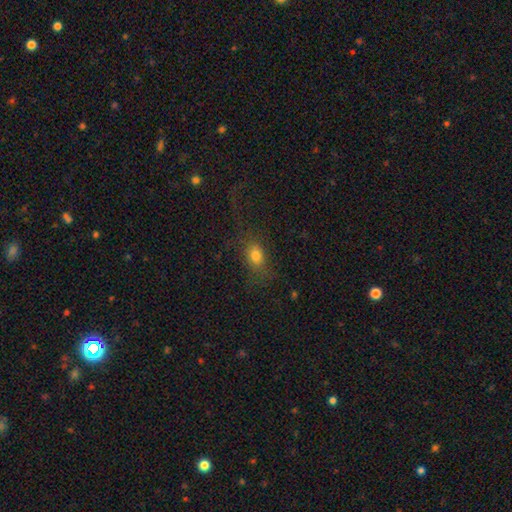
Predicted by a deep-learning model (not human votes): The model was most divided on "merging": none: 64%, major disturbance: 19%, minor disturbance: 15%, merger: 2%. More confident: smooth or featured — smooth (73%); how rounded — in between (71%).